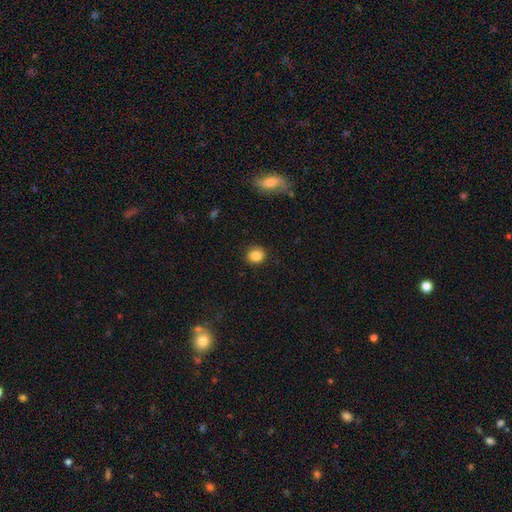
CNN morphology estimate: This is clearly a smooth galaxy (86%). How rounded: likely round (80%). Merging: clearly none (87%).